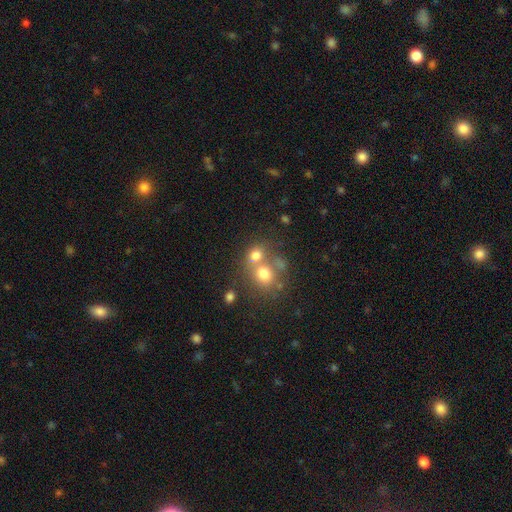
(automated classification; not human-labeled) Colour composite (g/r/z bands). It shows a smooth galaxy with no disk features (71%) that is round (72%). Merging: merger (48%).